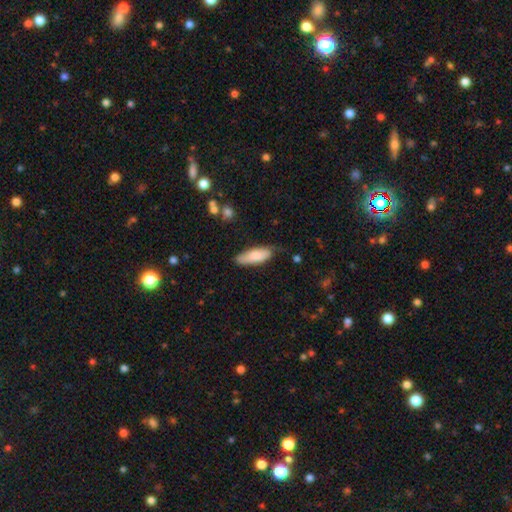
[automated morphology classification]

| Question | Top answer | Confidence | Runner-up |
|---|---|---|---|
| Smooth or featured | smooth | 80% | featured or disk (14%) |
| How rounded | in between | 64% | cigar-shaped (34%) |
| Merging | none | 63% | minor disturbance (29%) |